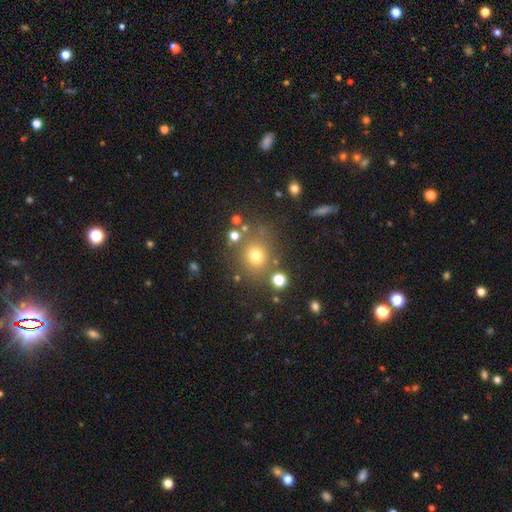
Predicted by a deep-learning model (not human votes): Smooth or featured? smooth (71%)
How rounded? round (87%)
Merging? none (76%)